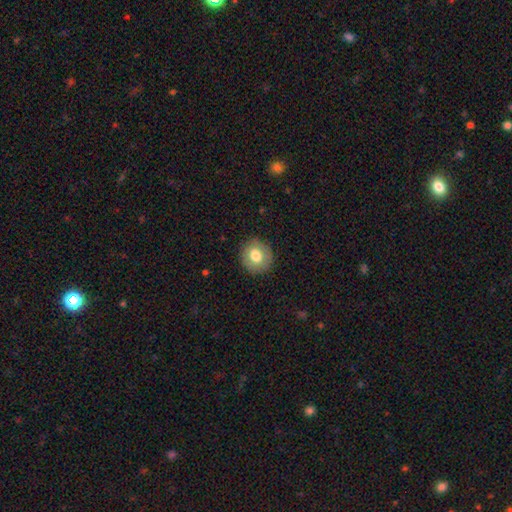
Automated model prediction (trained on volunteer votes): This appears to be a smooth galaxy with no disk features (75%) that is round (84%). Merging: none (87%).